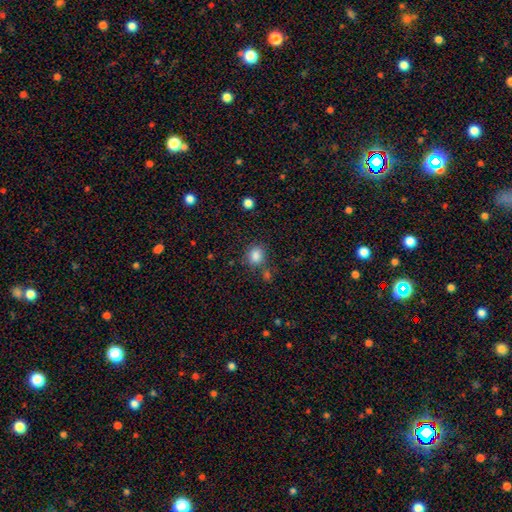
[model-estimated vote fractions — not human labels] A smooth galaxy with no disk features (84%) that is round (71%). Merging: none (71%).